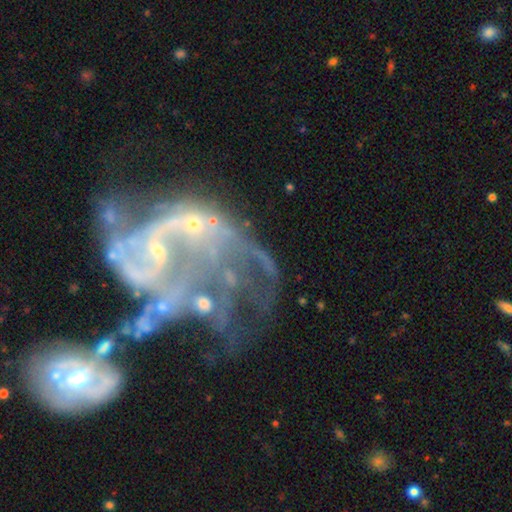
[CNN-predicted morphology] Smooth or featured: featured or disk — 80% (star or artifact — 12%)
Edge-on disk: no — 98% (yes — 2%)
Bar: no — 66% (weak — 25%)
Spiral arms: yes — 67% (no — 33%)
Spiral winding: loose — 48% (medium — 34%)
Spiral arm count: can't tell — 35% (2 — 32%)
Bulge size: small — 53% (none — 26%)
Merging: merger — 51% (major disturbance — 30%)